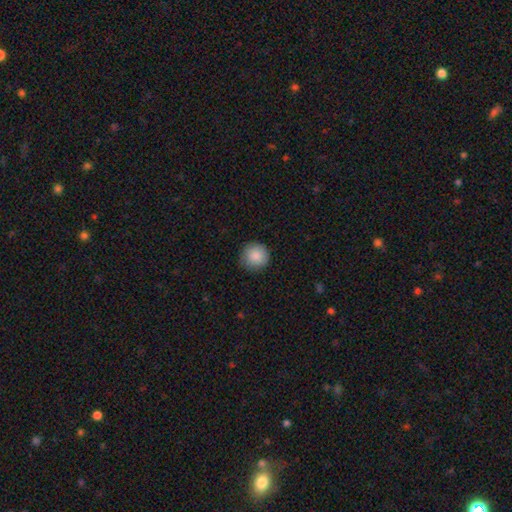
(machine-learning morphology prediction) A smooth galaxy with no disk features (87%) that is round (94%).

Vote fractions:
- Smooth or featured? smooth: 87% / star or artifact: 8% / featured or disk: 5%
- How rounded? round: 94% / in between: 5% / cigar-shaped: 1%
- Merging? none: 86% / minor disturbance: 11% / major disturbance: 2% / merger: 1%